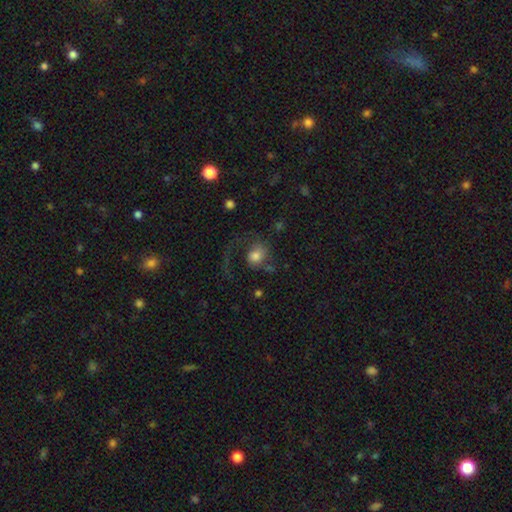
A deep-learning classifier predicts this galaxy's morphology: smooth-or-featured: smooth: 47% | featured or disk: 43% | star or artifact: 10%
  merging: major disturbance: 45% | none: 35% | minor disturbance: 15% | merger: 5%